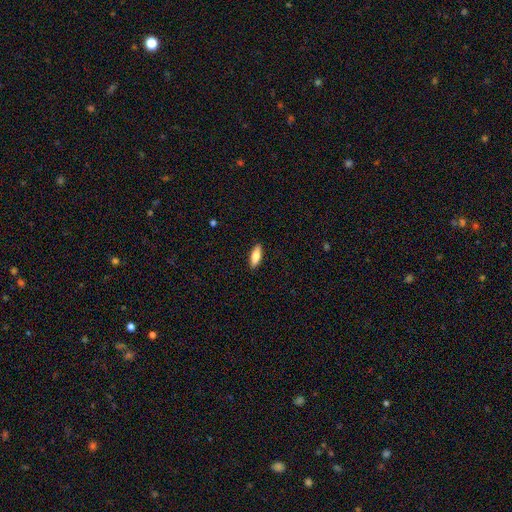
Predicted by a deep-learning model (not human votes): The model was most divided on "how rounded": in between: 62%, cigar-shaped: 36%, round: 2%. More confident: merging — none (90%); smooth or featured — smooth (75%).